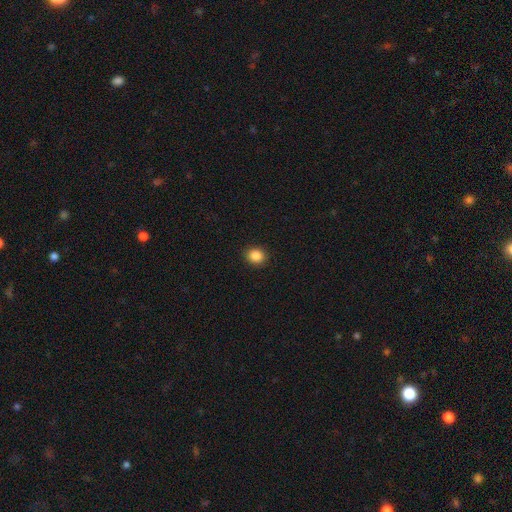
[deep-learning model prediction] Overall: smooth (87%). How rounded: round (74%). Merging: none (91%).